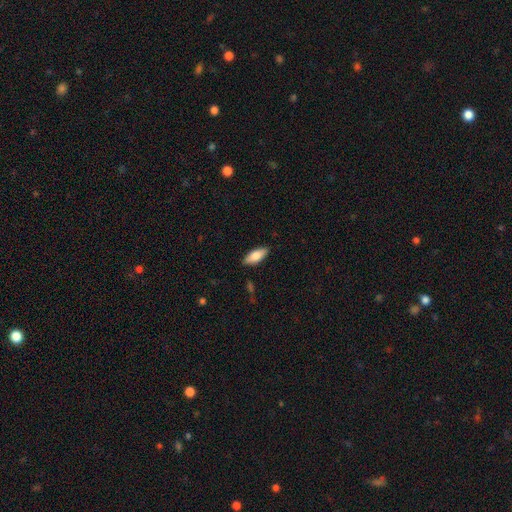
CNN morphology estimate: Overall: smooth (79%). How rounded: in between (79%). Merging: none (87%).